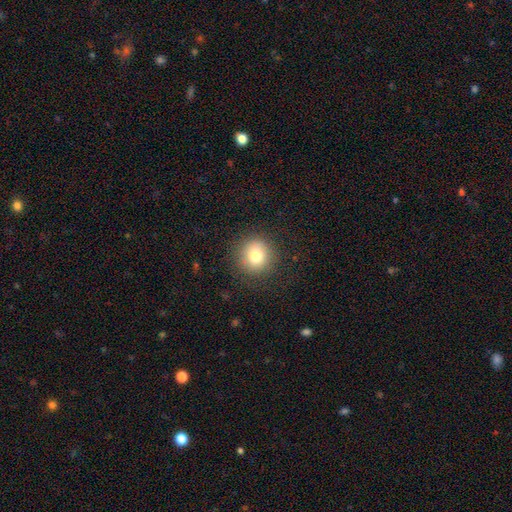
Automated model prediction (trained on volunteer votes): Smooth or featured?
  - smooth: 78% *
  - star or artifact: 11%
  - featured or disk: 10%
How rounded?
  - round: 92% *
  - in between: 7%
  - cigar-shaped: 1%
Merging?
  - none: 88% *
  - minor disturbance: 8%
  - major disturbance: 3%
  - merger: 1%